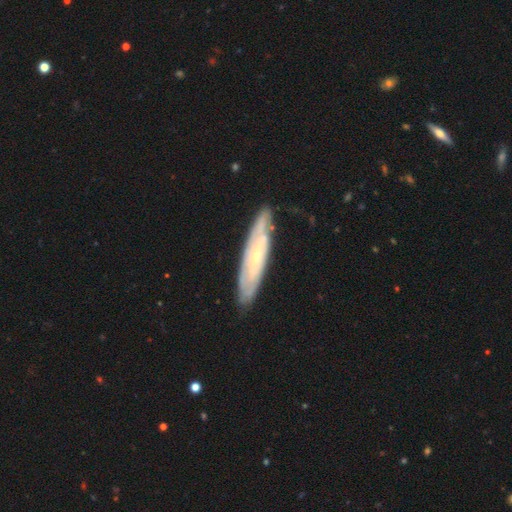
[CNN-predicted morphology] Q: Smooth or featured?
A: featured or disk (68%); runner-up: smooth (26%)
Q: Edge-on disk?
A: no (60%); runner-up: yes (40%)
Q: Merging?
A: none (80%); runner-up: minor disturbance (15%)